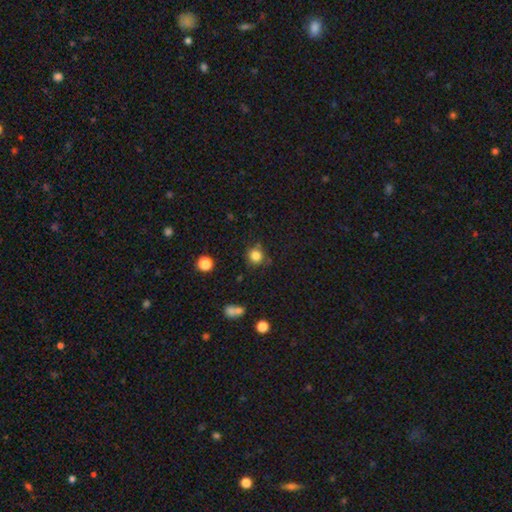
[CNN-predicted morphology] Q: Smooth or featured?
A: smooth (83%); runner-up: star or artifact (12%)
Q: How rounded?
A: round (90%); runner-up: in between (9%)
Q: Merging?
A: none (78%); runner-up: minor disturbance (13%)